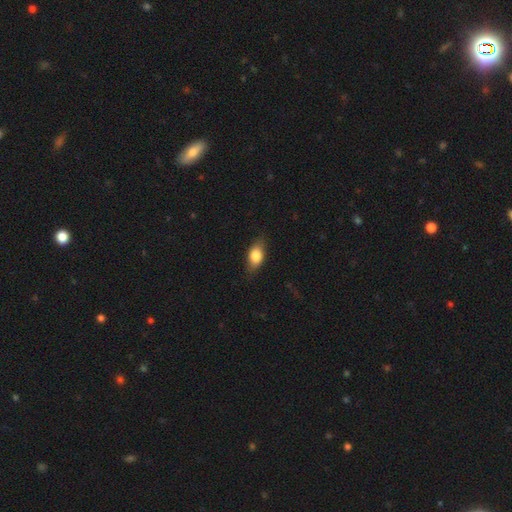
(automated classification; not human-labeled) Overall: smooth (79%). How rounded: in between (85%). Merging: none (78%).